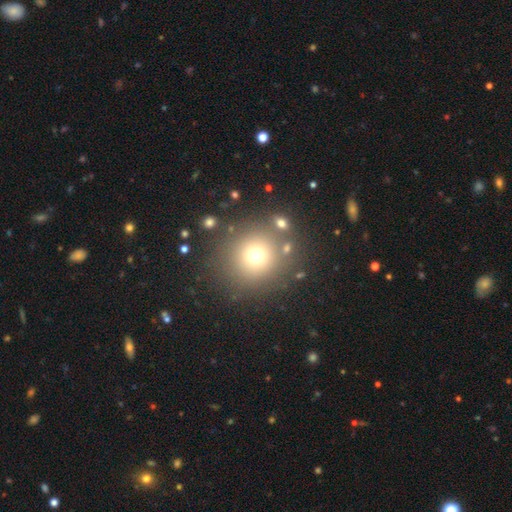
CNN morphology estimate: type=smooth (69%); roundness=round (92%); merging=none (79%).